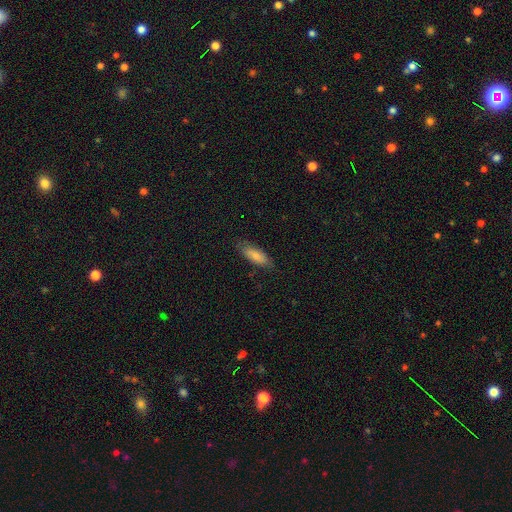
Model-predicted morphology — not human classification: Smooth or featured: smooth — 79% (featured or disk — 15%)
How rounded: in between — 69% (cigar-shaped — 29%)
Merging: none — 79% (minor disturbance — 17%)